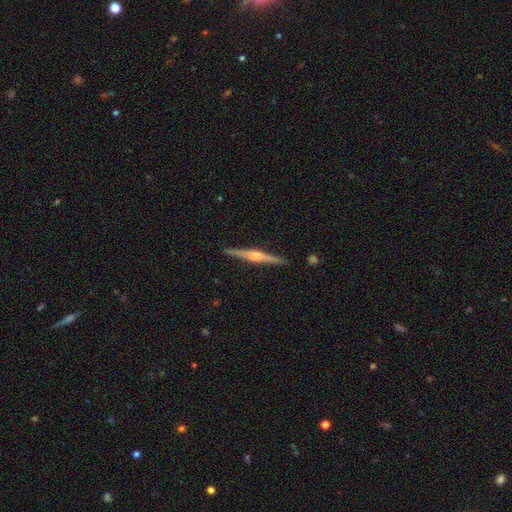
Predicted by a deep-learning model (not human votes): Smooth or featured?
  - featured or disk: 80% *
  - smooth: 14%
  - star or artifact: 5%
Edge-on disk?
  - yes: 99% *
  - no: 1%
Edge-on bulge?
  - rounded: 72% *
  - boxy: 21%
  - none: 7%
Merging?
  - none: 91% *
  - minor disturbance: 6%
  - major disturbance: 1%
  - merger: 1%